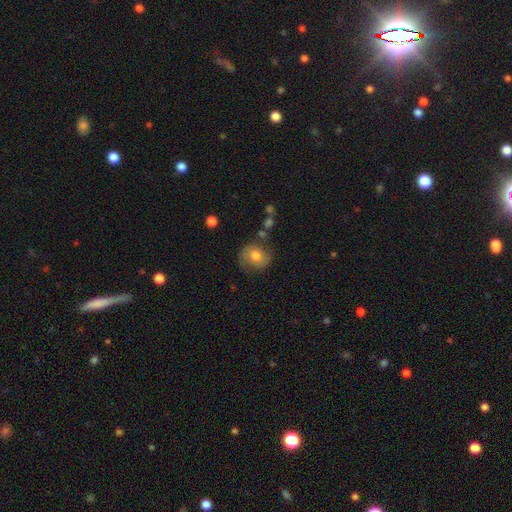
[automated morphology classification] Q: Smooth or featured?
A: smooth (61%); runner-up: featured or disk (30%)
Q: How rounded?
A: round (75%); runner-up: in between (24%)
Q: Merging?
A: none (71%); runner-up: minor disturbance (19%)